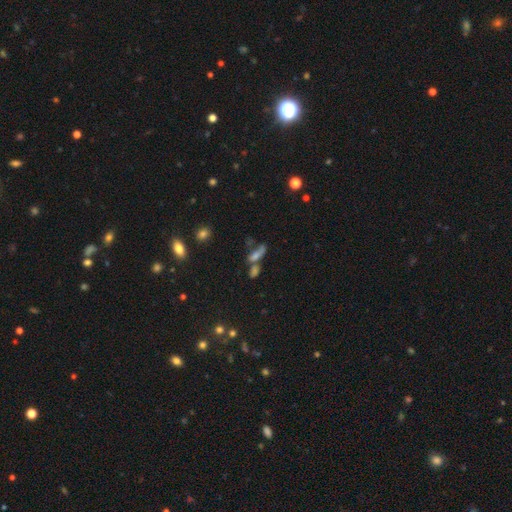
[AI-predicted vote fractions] The model was most divided on "merging": merger: 39%, none: 36%, minor disturbance: 13%, major disturbance: 11%. Remaining: smooth or featured — smooth (47%).